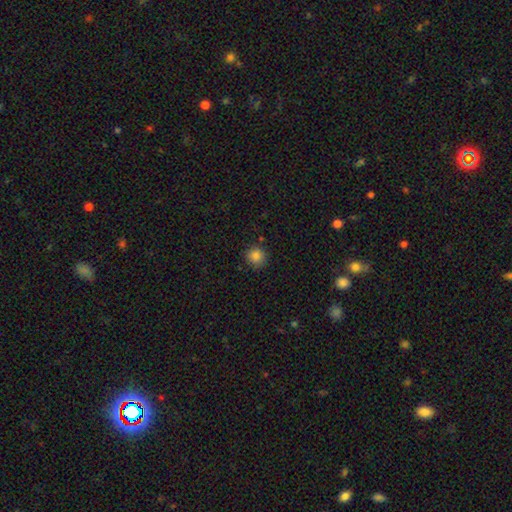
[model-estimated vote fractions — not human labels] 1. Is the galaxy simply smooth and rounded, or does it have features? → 84% smooth, 12% star or artifact, 4% featured or disk.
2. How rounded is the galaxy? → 92% round, 7% in between, 1% cigar-shaped.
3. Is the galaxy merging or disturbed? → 87% none, 9% minor disturbance, 2% major disturbance, 2% merger.